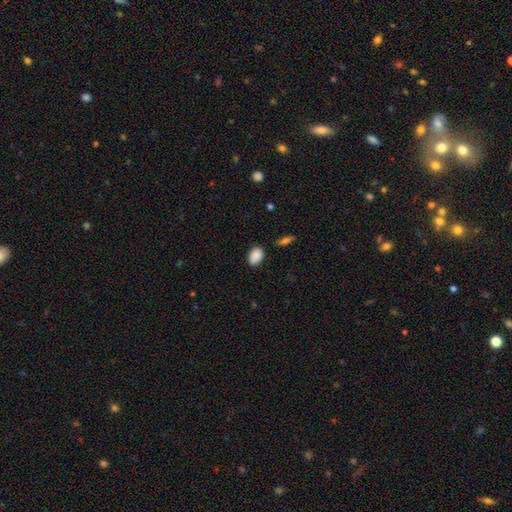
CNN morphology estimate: smooth-or-featured: smooth: 88% | star or artifact: 7% | featured or disk: 4%
  how-rounded: in between: 83% | round: 16% | cigar-shaped: 1%
  merging: none: 83% | minor disturbance: 13% | major disturbance: 3% | merger: 2%